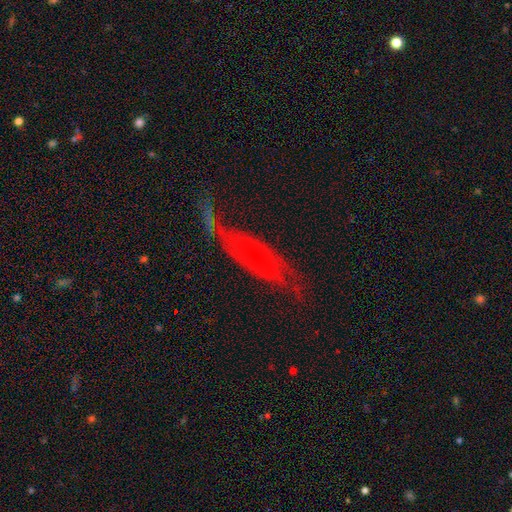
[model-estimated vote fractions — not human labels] A featured or disk galaxy (70%).

Vote fractions:
- Smooth or featured? featured or disk: 70% / smooth: 22% / star or artifact: 8%
- Edge-on disk? no: 70% / yes: 30%
- Merging? none: 52% / minor disturbance: 22% / major disturbance: 21% / merger: 5%